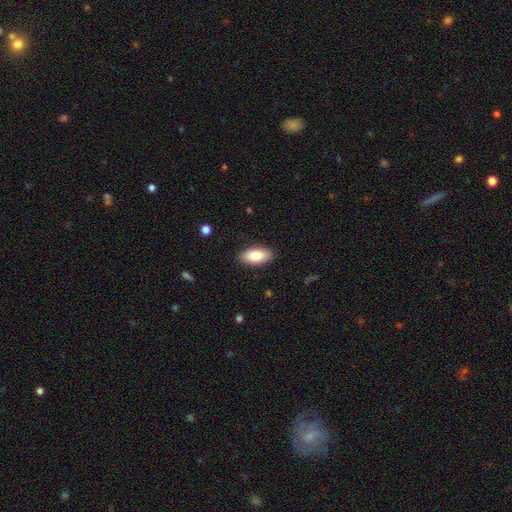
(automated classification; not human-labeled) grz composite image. It shows a smooth galaxy with no disk features (84%) that is in between round and cigar-shaped (90%). Merging: none (89%).